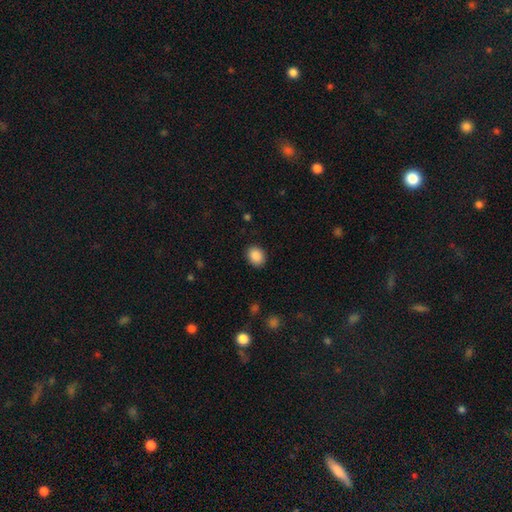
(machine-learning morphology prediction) smooth_or_featured: smooth (p=0.88) [alt: star or artifact p=0.08]
how_rounded: round (p=0.53) [alt: in between p=0.46]
merging: none (p=0.89) [alt: minor disturbance p=0.08]